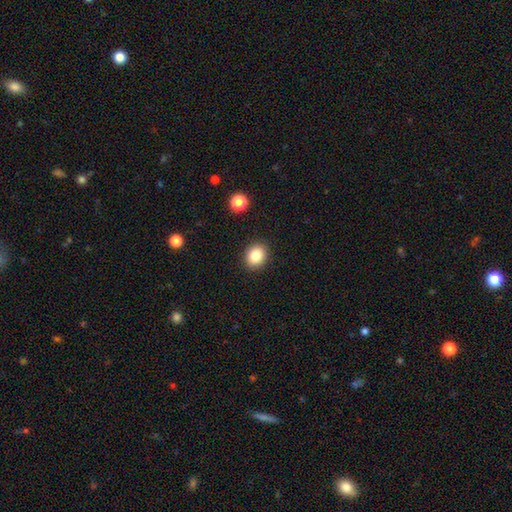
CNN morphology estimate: A smooth galaxy with no disk features (83%) that is round (56%).

Vote fractions:
- Smooth or featured? smooth: 83% / star or artifact: 10% / featured or disk: 7%
- How rounded? round: 56% / in between: 43% / cigar-shaped: 1%
- Merging? none: 90% / minor disturbance: 7% / major disturbance: 2% / merger: 1%